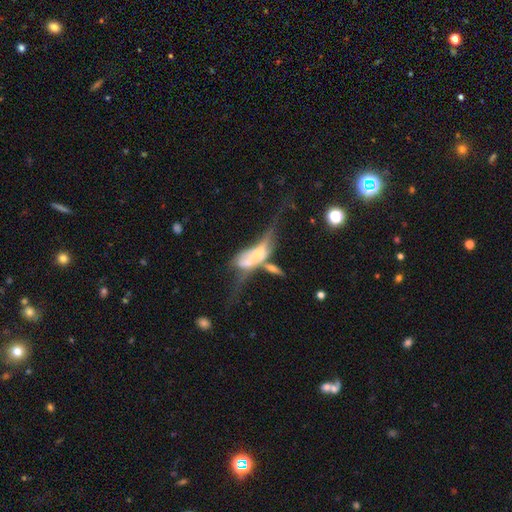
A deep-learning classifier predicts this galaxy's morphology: This is likely a featured or disk galaxy (61%). It is possibly not viewed edge-on (58%). Merging: possibly merger (46%).